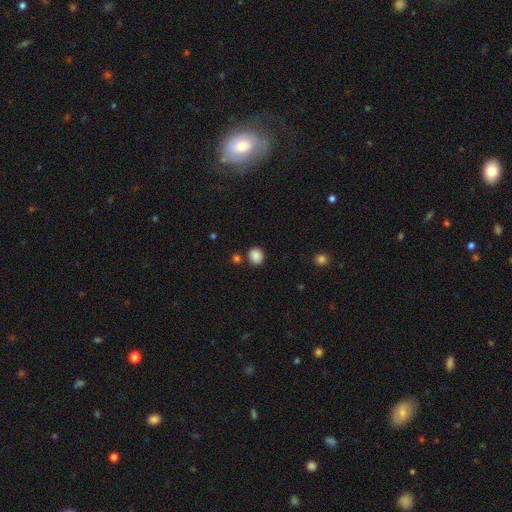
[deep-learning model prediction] Smooth or featured?
  - smooth: 87% *
  - star or artifact: 9%
  - featured or disk: 3%
How rounded?
  - round: 66% *
  - in between: 33%
  - cigar-shaped: 1%
Merging?
  - none: 80% *
  - minor disturbance: 10%
  - merger: 7%
  - major disturbance: 3%